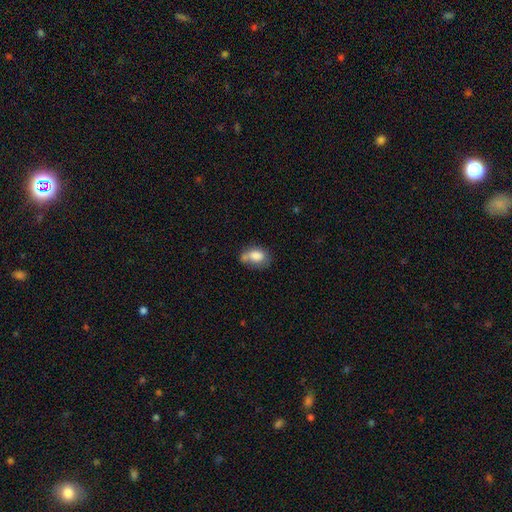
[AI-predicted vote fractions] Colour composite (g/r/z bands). It shows a smooth galaxy with no disk features (80%) that is in between round and cigar-shaped (78%). Merging: none (41%).